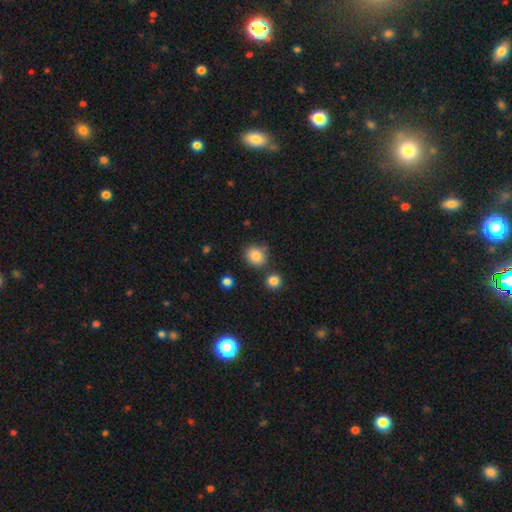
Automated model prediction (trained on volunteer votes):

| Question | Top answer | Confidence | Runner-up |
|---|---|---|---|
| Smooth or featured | smooth | 84% | star or artifact (10%) |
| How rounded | round | 72% | in between (27%) |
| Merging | none | 76% | minor disturbance (12%) |